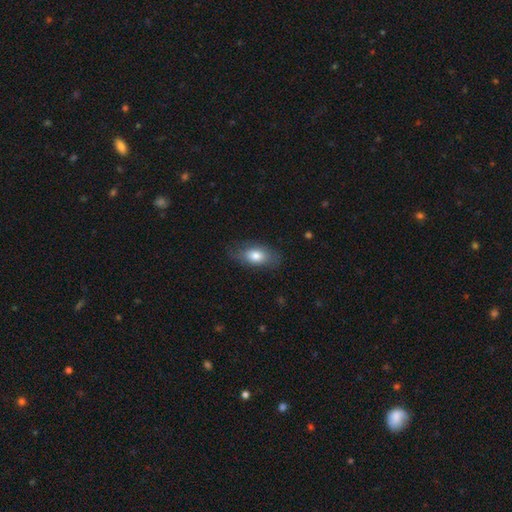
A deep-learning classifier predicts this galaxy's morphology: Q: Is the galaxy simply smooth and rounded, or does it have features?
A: smooth — 77%.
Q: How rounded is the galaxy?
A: in between — 88%.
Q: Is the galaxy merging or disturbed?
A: none — 76%.